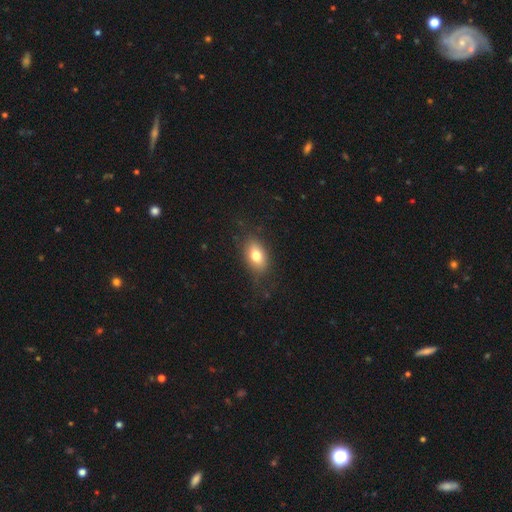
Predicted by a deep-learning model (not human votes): Smooth or featured? Predicted: smooth (p=0.76). How rounded? Predicted: in between (p=0.85). Merging? Predicted: none (p=0.78).